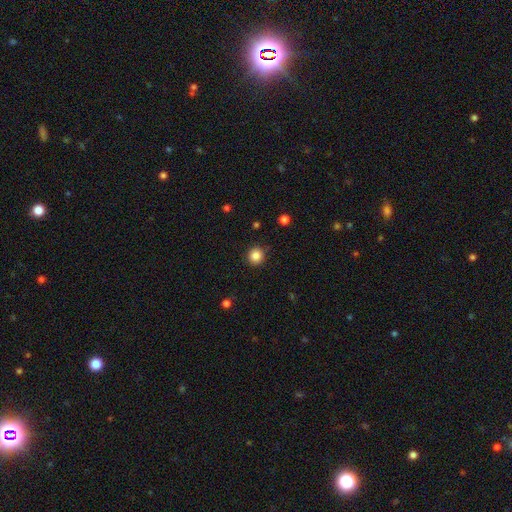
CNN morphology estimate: A smooth galaxy with no disk features (85%) that is round (92%).

Vote fractions:
- Smooth or featured? smooth: 85% / star or artifact: 11% / featured or disk: 4%
- How rounded? round: 92% / in between: 7% / cigar-shaped: 1%
- Merging? none: 89% / minor disturbance: 8% / major disturbance: 2% / merger: 1%